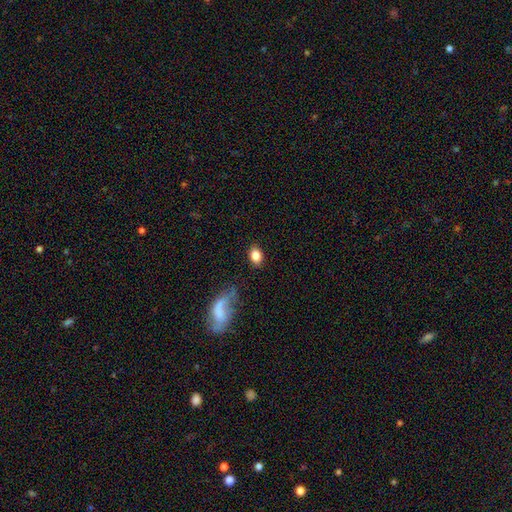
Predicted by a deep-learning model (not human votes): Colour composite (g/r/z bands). It shows a smooth galaxy with no disk features (83%) that is in between round and cigar-shaped (80%). Merging: none (84%).